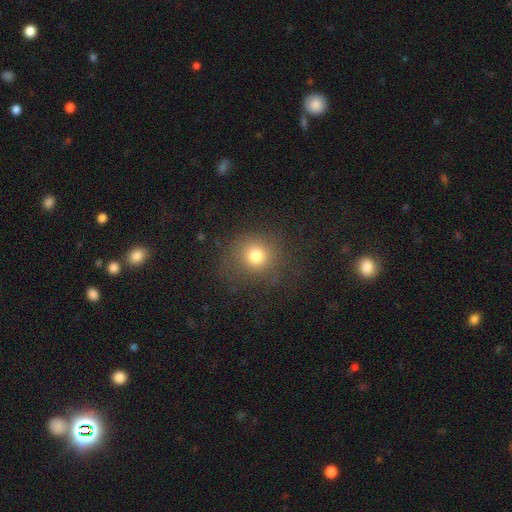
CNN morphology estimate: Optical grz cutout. It shows a smooth galaxy with no disk features (75%) that is round (87%). Merging: none (79%).